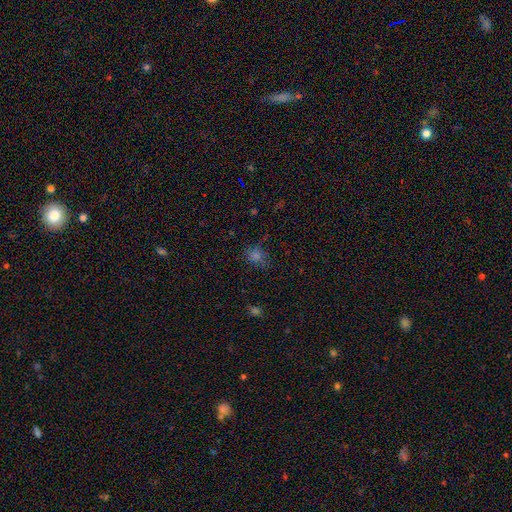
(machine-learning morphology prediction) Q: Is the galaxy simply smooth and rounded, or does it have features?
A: smooth — 63%.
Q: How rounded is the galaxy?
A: round — 62%.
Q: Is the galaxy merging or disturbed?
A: none — 71%.